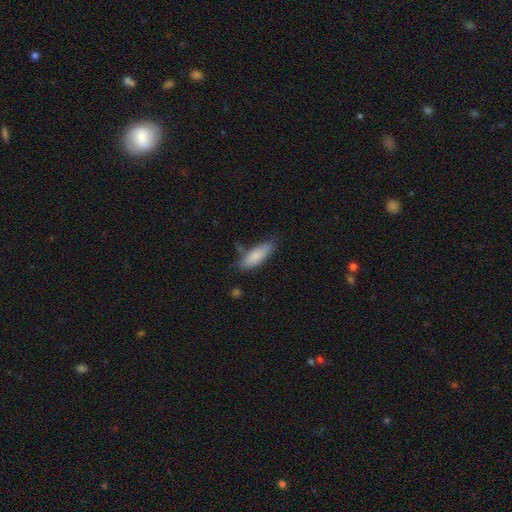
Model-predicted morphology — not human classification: Overall: smooth (82%). How rounded: in between (62%; cigar-shaped 37%). Merging: none (65%).